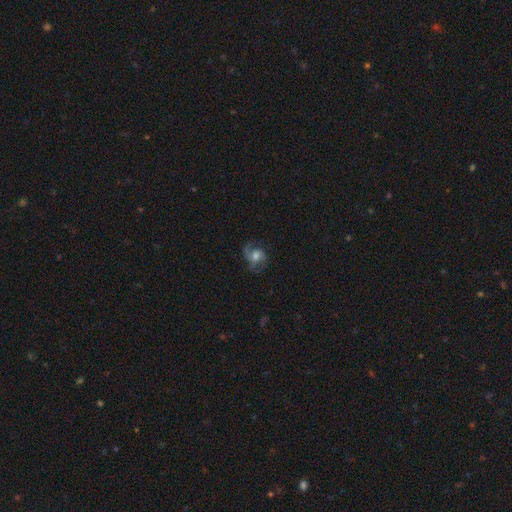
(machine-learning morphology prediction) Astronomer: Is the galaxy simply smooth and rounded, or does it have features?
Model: featured or disk — 67%.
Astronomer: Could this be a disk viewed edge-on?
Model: no — 97%.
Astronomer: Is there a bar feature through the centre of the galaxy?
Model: no — 60%.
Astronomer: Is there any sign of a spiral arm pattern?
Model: yes — 90%.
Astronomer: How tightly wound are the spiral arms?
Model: medium — 48% (runner-up: loose, 37%).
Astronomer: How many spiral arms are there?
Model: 2 — 64%.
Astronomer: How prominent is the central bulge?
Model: moderate — 54%.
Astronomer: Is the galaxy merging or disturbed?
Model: none — 60%.